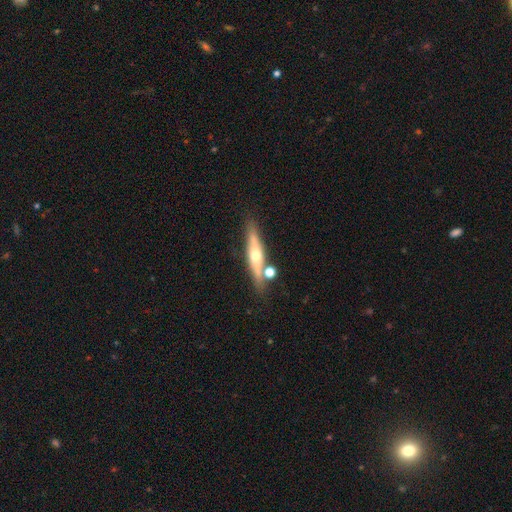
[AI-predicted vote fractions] Smooth or featured? featured or disk (58%)
Edge-on disk? yes (89%)
Edge-on bulge? rounded (91%)
Merging? none (74%)